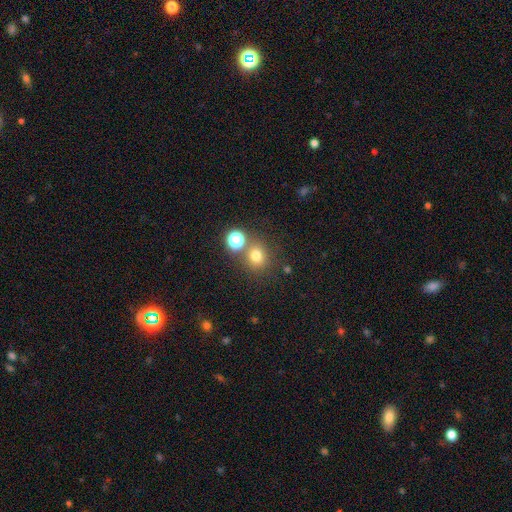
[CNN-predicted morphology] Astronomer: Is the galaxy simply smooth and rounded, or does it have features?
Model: smooth — 73%.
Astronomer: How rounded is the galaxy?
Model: round — 82%.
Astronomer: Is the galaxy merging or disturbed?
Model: none — 72%.